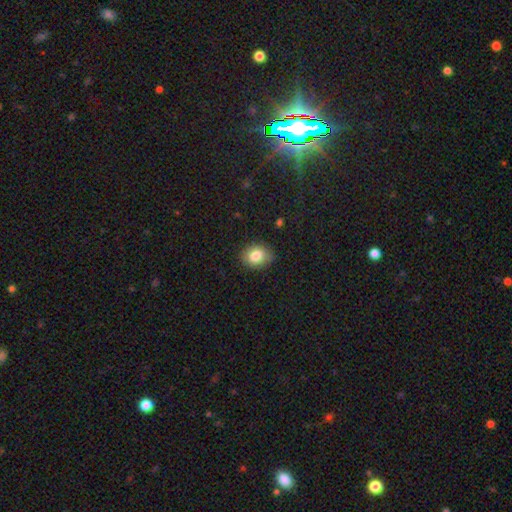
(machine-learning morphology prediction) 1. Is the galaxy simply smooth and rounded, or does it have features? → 83% smooth, 9% star or artifact, 9% featured or disk.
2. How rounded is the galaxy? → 58% in between, 41% round, 1% cigar-shaped.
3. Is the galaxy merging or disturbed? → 78% none, 17% minor disturbance, 3% major disturbance, 1% merger.